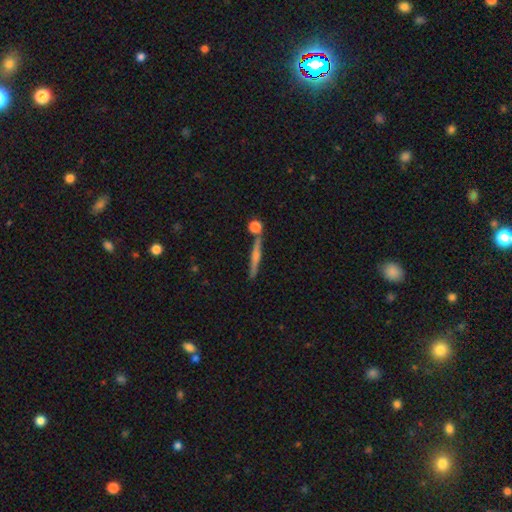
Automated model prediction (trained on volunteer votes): The model was most divided on "smooth or featured": featured or disk: 67%, smooth: 25%, star or artifact: 9%. More confident: edge-on disk — yes (97%); merging — none (84%); edge-on bulge — rounded (74%).